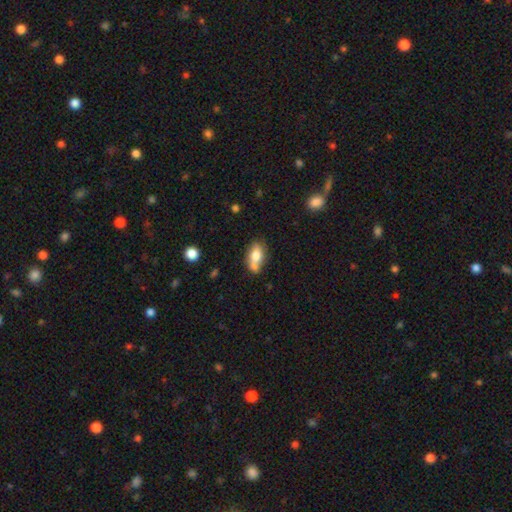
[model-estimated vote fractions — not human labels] This appears to be a smooth galaxy with no disk features (70%) that is in between round and cigar-shaped (87%). Merging: none (48%).